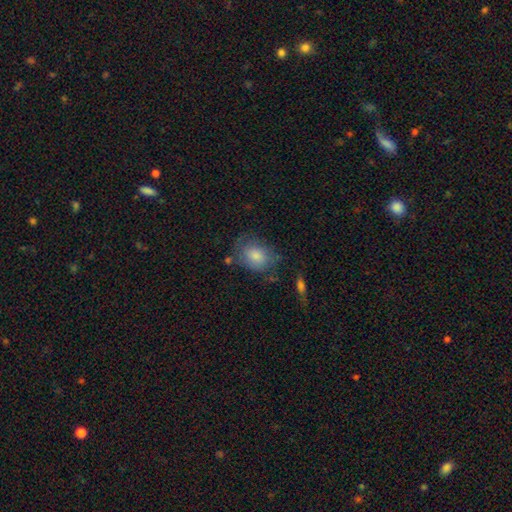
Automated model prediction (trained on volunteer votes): smooth-or-featured: smooth: 68% | featured or disk: 22% | star or artifact: 10%
  how-rounded: in between: 64% | round: 35% | cigar-shaped: 1%
  merging: none: 61% | minor disturbance: 24% | major disturbance: 11% | merger: 4%